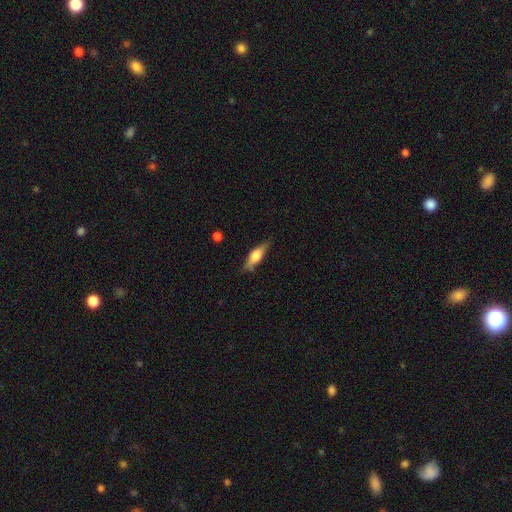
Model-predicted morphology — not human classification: type=smooth (49%); merging=none (78%).